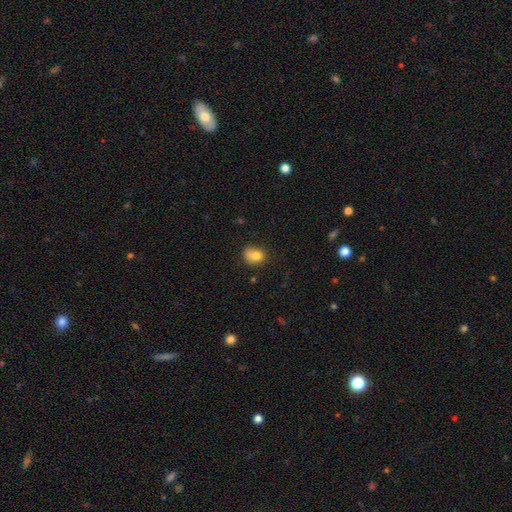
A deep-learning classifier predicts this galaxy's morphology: Smooth or featured? Predicted: smooth (p=0.76). How rounded? Predicted: round (p=0.54). Merging? Predicted: none (p=0.44).